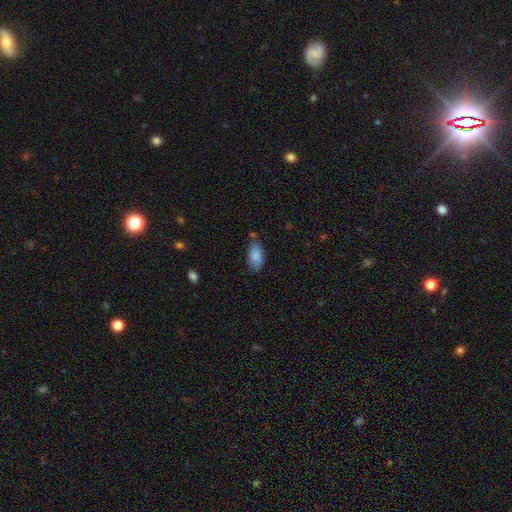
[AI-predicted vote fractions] This appears to be a smooth galaxy with no disk features (86%) that is in between round and cigar-shaped (92%). Merging: none (64%).